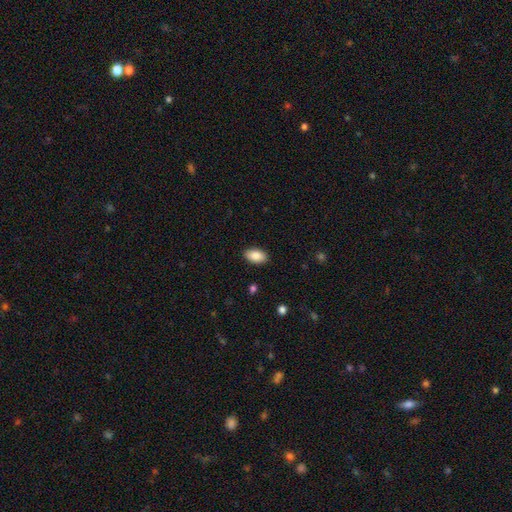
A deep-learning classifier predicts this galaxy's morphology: Smooth or featured?
  - smooth: 88% *
  - star or artifact: 7%
  - featured or disk: 5%
How rounded?
  - in between: 94% *
  - round: 4%
  - cigar-shaped: 2%
Merging?
  - none: 89% *
  - minor disturbance: 8%
  - major disturbance: 2%
  - merger: 1%